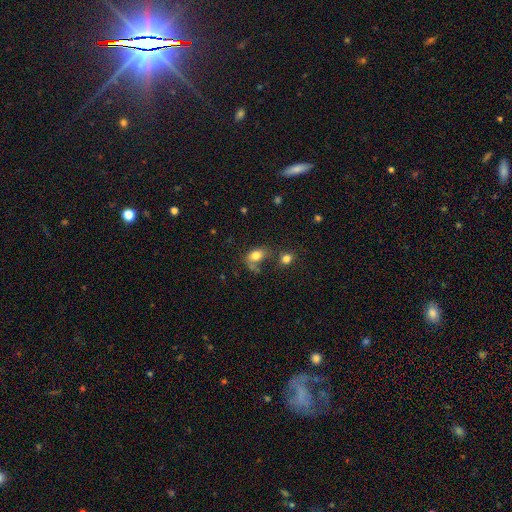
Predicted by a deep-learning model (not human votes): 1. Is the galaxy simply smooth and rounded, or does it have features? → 78% smooth, 11% featured or disk, 10% star or artifact.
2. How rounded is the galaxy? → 82% in between, 16% round, 2% cigar-shaped.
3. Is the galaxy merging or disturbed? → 40% none, 25% merger, 19% minor disturbance, 16% major disturbance.